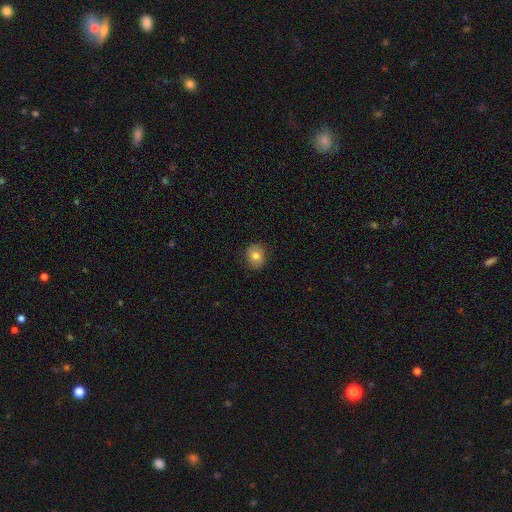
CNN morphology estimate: Overall: smooth (77%). How rounded: round (66%; in between 33%). Merging: none (85%).